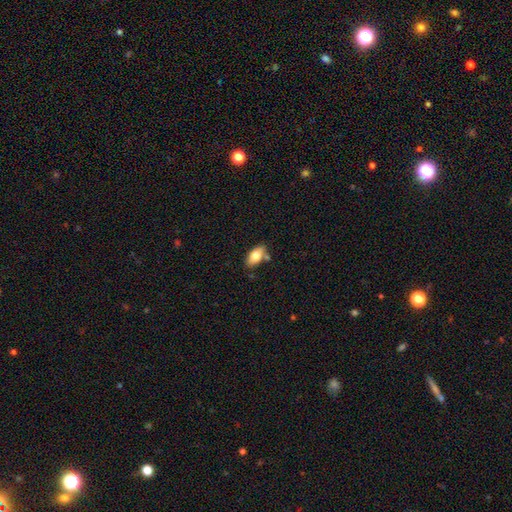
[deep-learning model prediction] smooth 75%, featured or disk 18%, star or artifact 7%. Down the decision tree: how rounded — in between (91%); merging — none (71%).